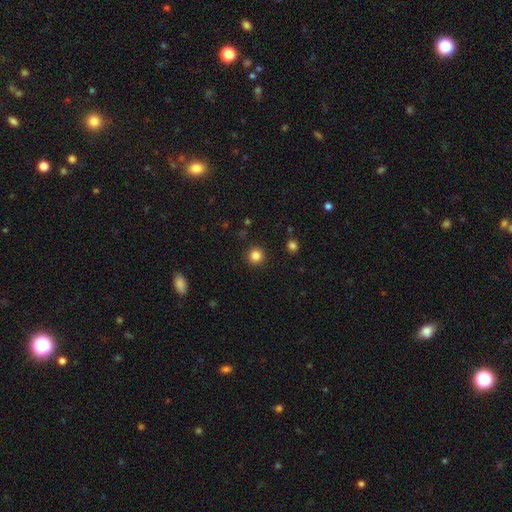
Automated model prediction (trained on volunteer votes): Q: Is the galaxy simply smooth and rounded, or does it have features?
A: smooth — 84%.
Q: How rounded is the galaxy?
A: round — 95%.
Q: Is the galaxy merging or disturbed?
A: none — 92%.